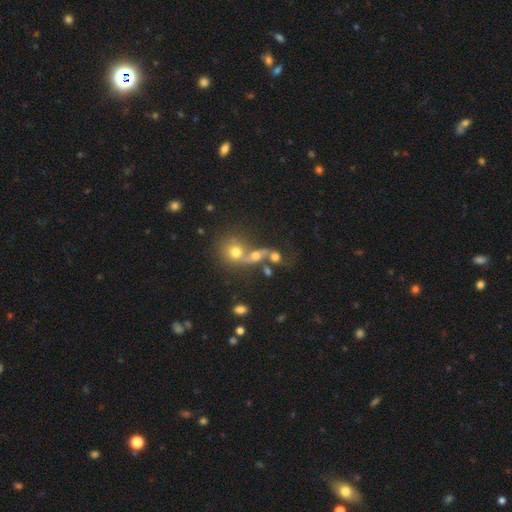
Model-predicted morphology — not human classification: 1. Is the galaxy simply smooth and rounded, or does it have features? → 52% smooth, 30% featured or disk, 18% star or artifact.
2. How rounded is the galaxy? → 59% round, 37% in between, 4% cigar-shaped.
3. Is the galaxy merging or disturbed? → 59% merger, 23% none, 11% major disturbance, 8% minor disturbance.